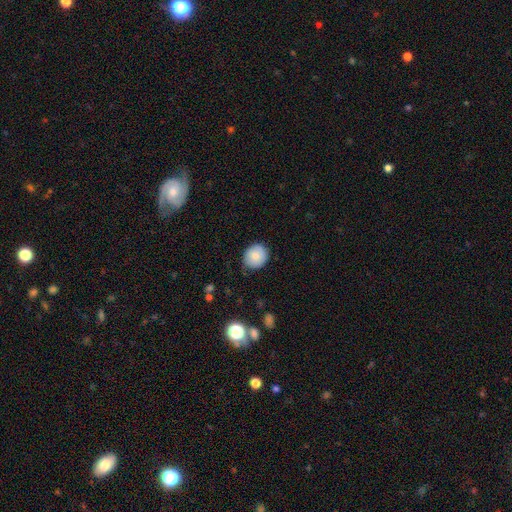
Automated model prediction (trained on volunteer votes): Smooth or featured: smooth — 81% (featured or disk — 11%)
How rounded: round — 79% (in between — 20%)
Merging: none — 83% (minor disturbance — 14%)